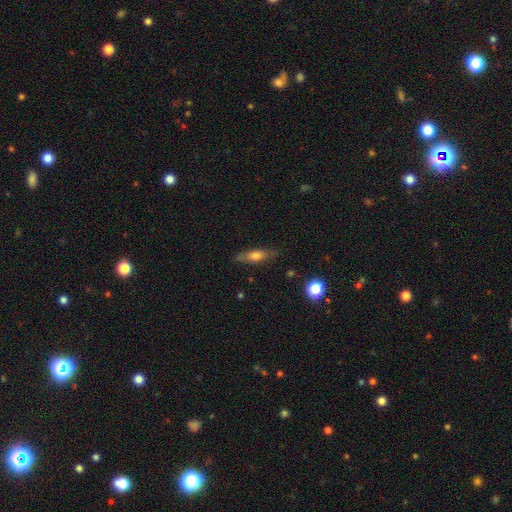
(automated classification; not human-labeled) Smooth or featured: smooth — 58% (featured or disk — 35%)
How rounded: cigar-shaped — 54% (in between — 43%)
Merging: none — 79% (minor disturbance — 15%)